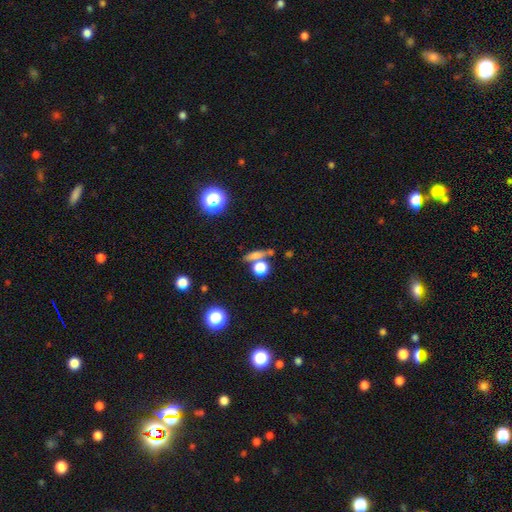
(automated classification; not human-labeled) This is likely a smooth galaxy (65%). How rounded: marginally cigar-shaped (43%). Merging: likely none (67%).